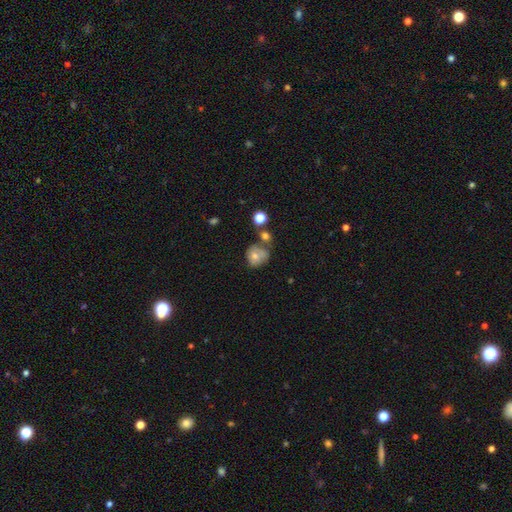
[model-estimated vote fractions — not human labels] This is likely a smooth galaxy (70%). How rounded: likely round (74%). Merging: possibly none (46%).